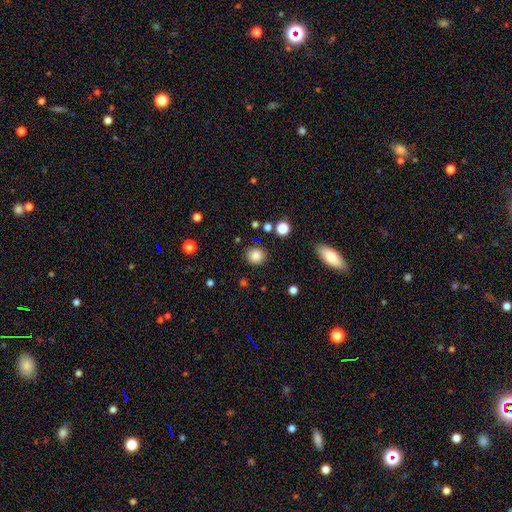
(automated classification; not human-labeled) Morphology: type=smooth (85%); roundness=round (90%); merging=none (88%).